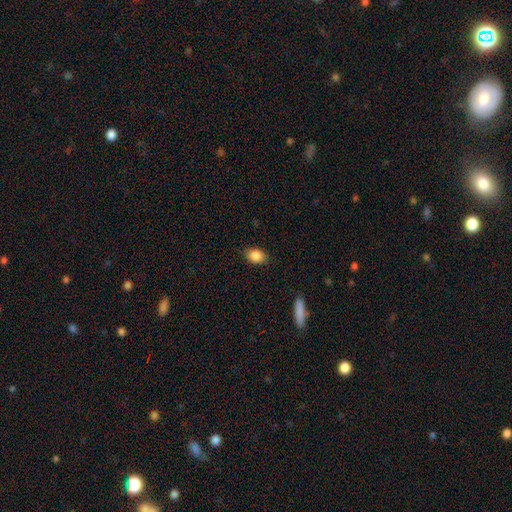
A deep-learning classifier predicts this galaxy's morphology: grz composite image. It shows a smooth galaxy with no disk features (87%) that is in between round and cigar-shaped (75%). Merging: none (86%).